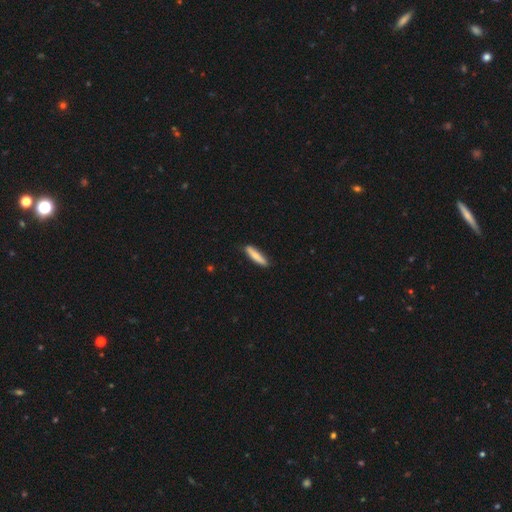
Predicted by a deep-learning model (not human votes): This is likely a smooth galaxy (76%). How rounded: clearly cigar-shaped (83%). Merging: clearly none (86%).